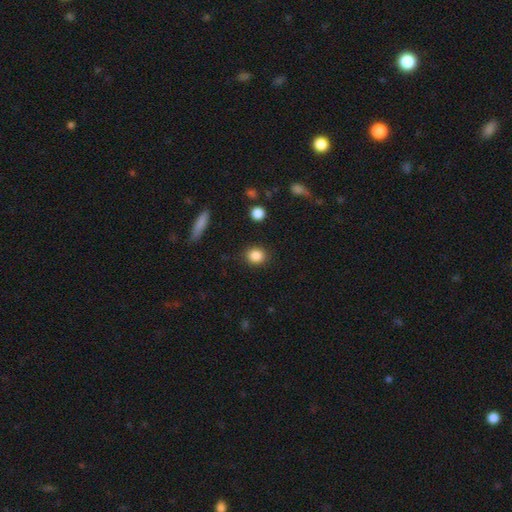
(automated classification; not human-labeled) This appears to be a smooth galaxy with no disk features (86%) that is round (74%). Merging: none (88%).